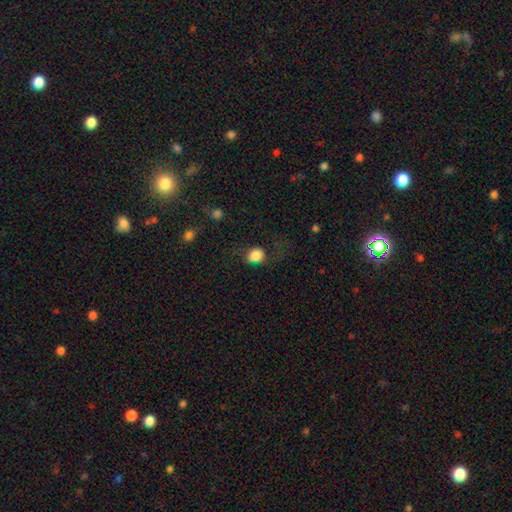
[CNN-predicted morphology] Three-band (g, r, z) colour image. It shows a smooth galaxy with no disk features (82%) that is round (54%). Merging: none (54%).